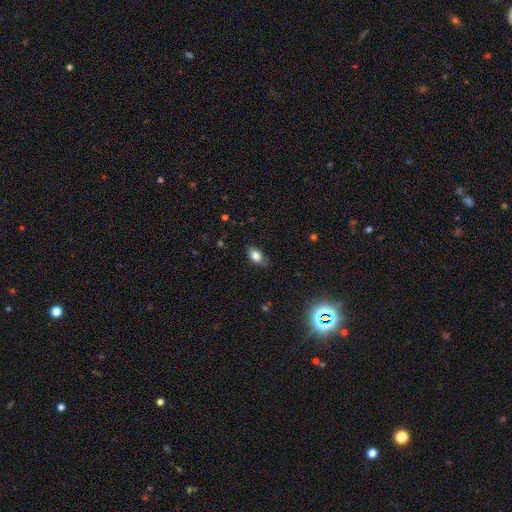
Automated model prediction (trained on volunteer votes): Smooth or featured: smooth — 82% (featured or disk — 9%)
How rounded: in between — 89% (round — 8%)
Merging: none — 76% (minor disturbance — 19%)